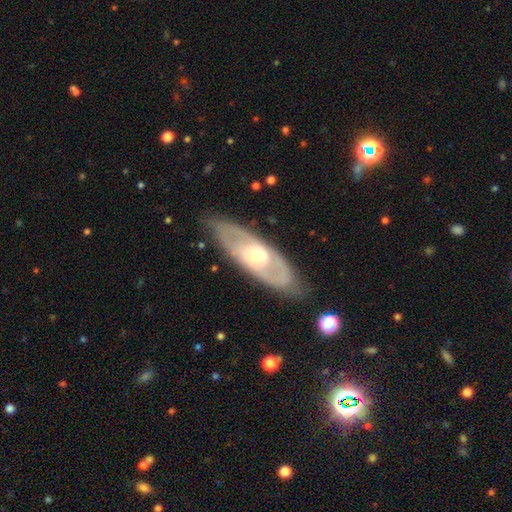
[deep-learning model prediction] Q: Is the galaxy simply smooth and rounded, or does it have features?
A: featured or disk — 72%.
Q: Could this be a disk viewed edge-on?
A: no — 80%.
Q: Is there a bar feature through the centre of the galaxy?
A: no — 67%.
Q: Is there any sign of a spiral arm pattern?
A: yes — 54%.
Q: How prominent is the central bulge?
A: small — 52%.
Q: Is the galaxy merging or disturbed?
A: none — 82%.